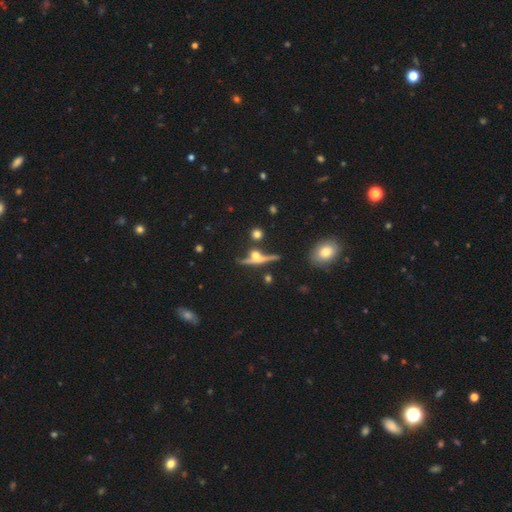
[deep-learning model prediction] This appears to be a featured or disk galaxy (67%) viewed edge-on (86%) with a rounded central bulge (82%). Merging: none (66%).